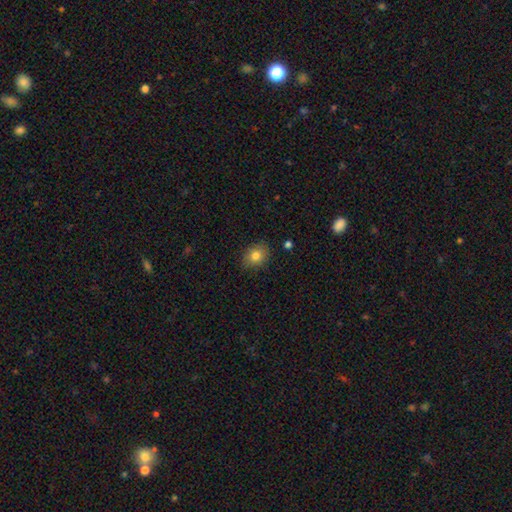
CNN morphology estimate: This is clearly a smooth galaxy (81%). How rounded: possibly in between (53%). Merging: clearly none (83%).